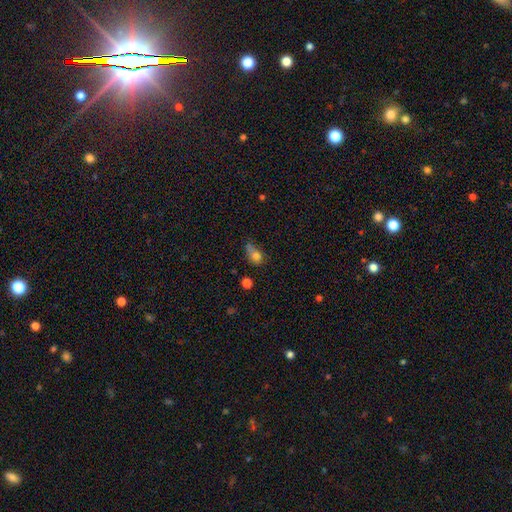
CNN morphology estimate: This appears to be a smooth galaxy with no disk features (76%) that is in between round and cigar-shaped (68%). Merging: minor disturbance (36%).